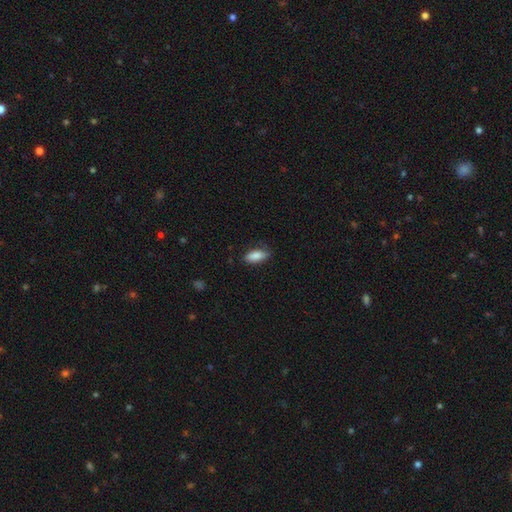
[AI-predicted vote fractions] This appears to be a smooth galaxy with no disk features (85%) that is in between round and cigar-shaped (82%). Merging: none (76%).